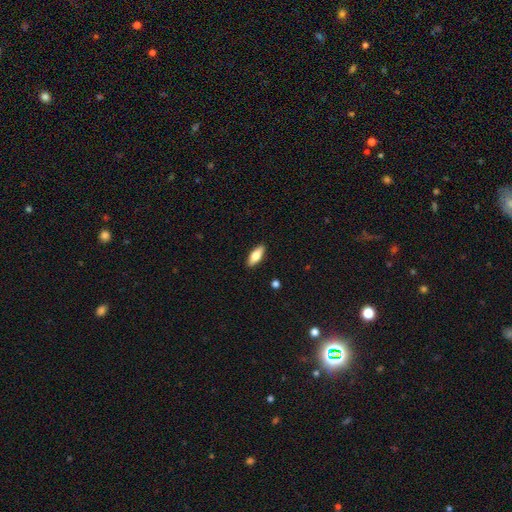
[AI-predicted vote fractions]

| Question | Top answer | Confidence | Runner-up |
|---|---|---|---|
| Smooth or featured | smooth | 73% | featured or disk (21%) |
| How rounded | in between | 71% | cigar-shaped (27%) |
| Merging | none | 89% | minor disturbance (8%) |